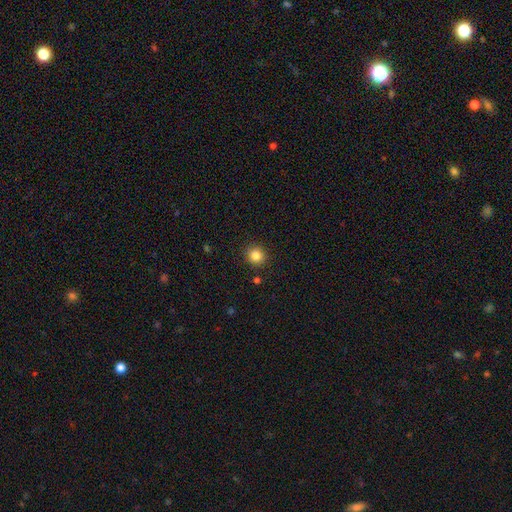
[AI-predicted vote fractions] smooth_or_featured: smooth (p=0.84) [alt: star or artifact p=0.11]
how_rounded: round (p=0.91) [alt: in between p=0.08]
merging: none (p=0.90) [alt: minor disturbance p=0.06]